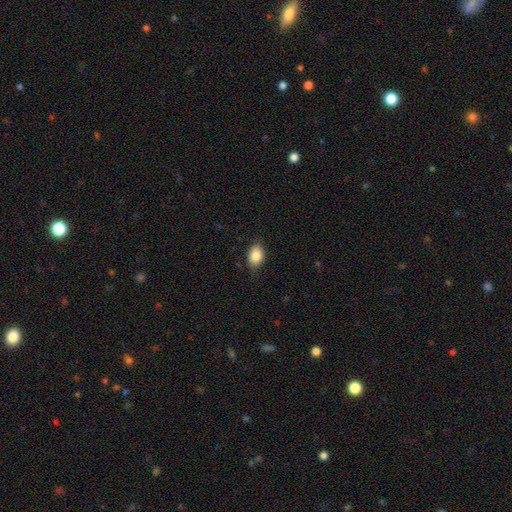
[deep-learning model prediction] Smooth or featured?
  - smooth: 85% *
  - star or artifact: 8%
  - featured or disk: 7%
How rounded?
  - in between: 82% *
  - round: 17%
  - cigar-shaped: 1%
Merging?
  - none: 84% *
  - minor disturbance: 12%
  - major disturbance: 2%
  - merger: 1%